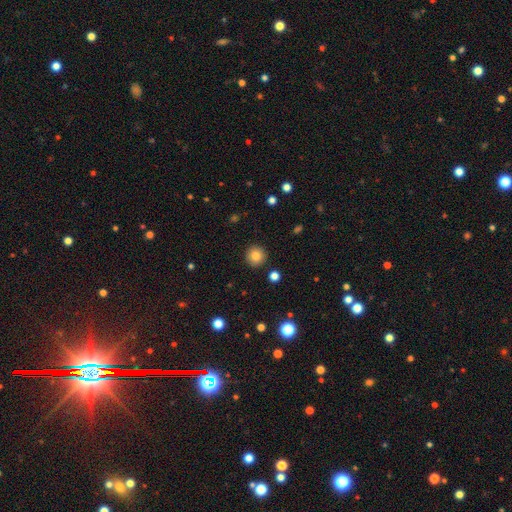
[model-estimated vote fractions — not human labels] A smooth galaxy with no disk features (83%) that is round (95%). Merging: none (92%).